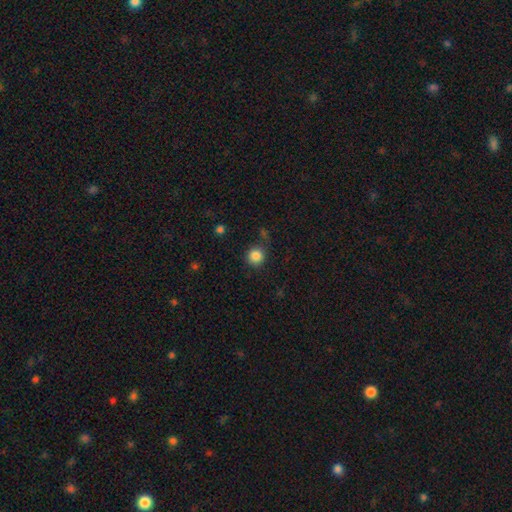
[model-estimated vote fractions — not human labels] Smooth or featured: smooth — 85% (star or artifact — 11%)
How rounded: round — 93% (in between — 6%)
Merging: none — 84% (minor disturbance — 10%)